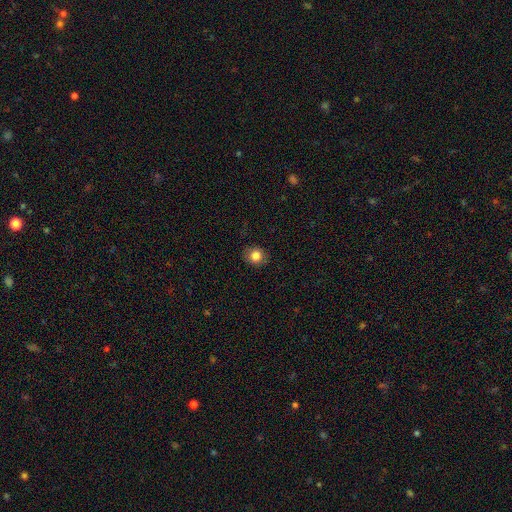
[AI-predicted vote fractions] smooth_or_featured: smooth (p=0.84) [alt: star or artifact p=0.10]
how_rounded: round (p=0.82) [alt: in between p=0.17]
merging: none (p=0.87) [alt: minor disturbance p=0.10]